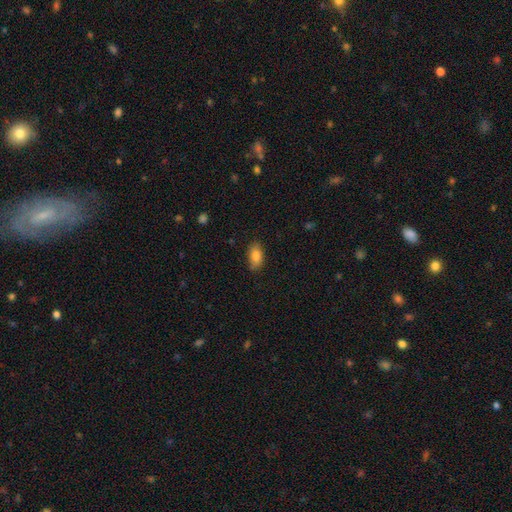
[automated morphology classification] smooth 84%, featured or disk 8%, star or artifact 7%. Down the decision tree: how rounded — in between (91%); merging — none (84%).